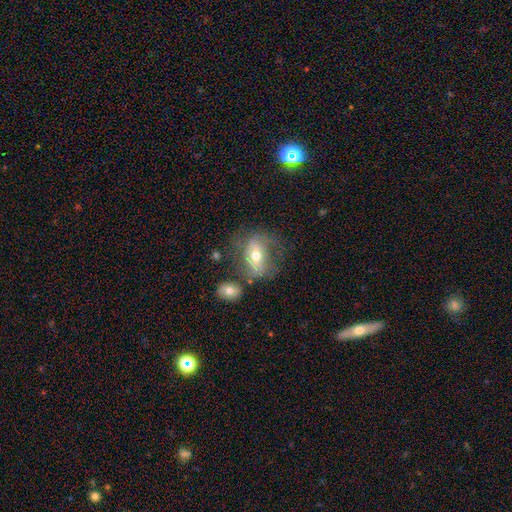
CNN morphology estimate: Smooth or featured? Predicted: featured or disk (p=0.53). Edge-on disk? Predicted: no (p=0.88). Merging? Predicted: none (p=0.47).